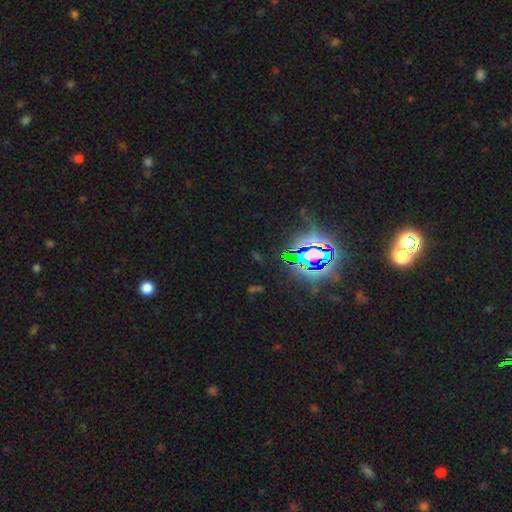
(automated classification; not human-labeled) This appears to be a star or artifact, not a galaxy (81%).